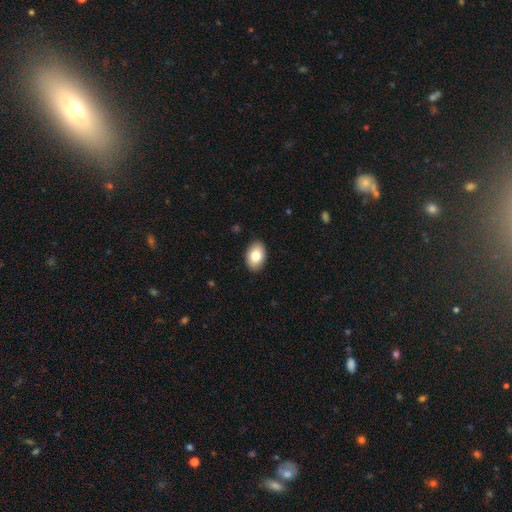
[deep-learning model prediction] A smooth galaxy with no disk features (83%) that is in between round and cigar-shaped (88%).

Vote fractions:
- Smooth or featured? smooth: 83% / featured or disk: 10% / star or artifact: 7%
- How rounded? in between: 88% / round: 11% / cigar-shaped: 1%
- Merging? none: 89% / minor disturbance: 8% / major disturbance: 2% / merger: 1%